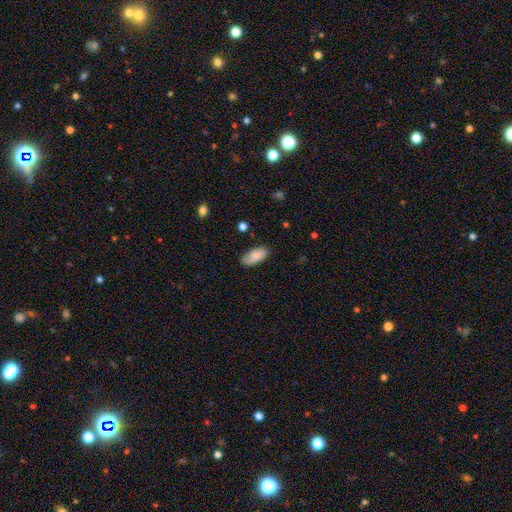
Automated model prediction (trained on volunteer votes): Smooth or featured?
  - smooth: 84% *
  - featured or disk: 10%
  - star or artifact: 7%
How rounded?
  - in between: 90% *
  - cigar-shaped: 8%
  - round: 2%
Merging?
  - none: 73% *
  - minor disturbance: 21%
  - major disturbance: 4%
  - merger: 2%